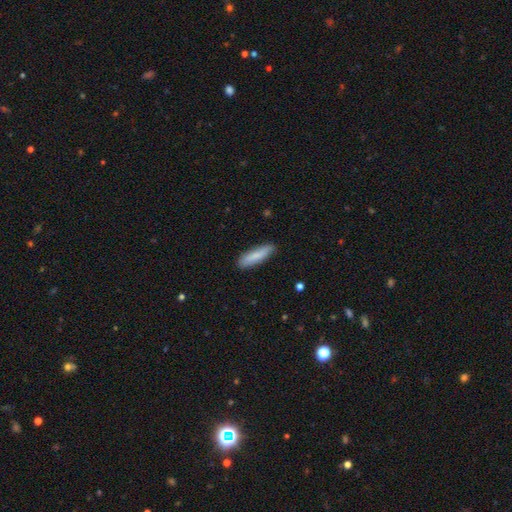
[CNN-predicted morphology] smooth-or-featured: smooth: 82% | featured or disk: 12% | star or artifact: 6%
  how-rounded: cigar-shaped: 75% | in between: 24% | round: 1%
  merging: none: 86% | minor disturbance: 11% | major disturbance: 2% | merger: 1%